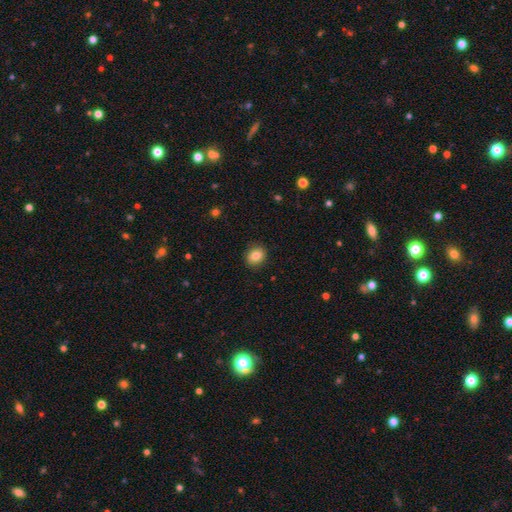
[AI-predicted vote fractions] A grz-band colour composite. It shows a smooth galaxy with no disk features (83%) that is round (65%). Merging: none (89%).